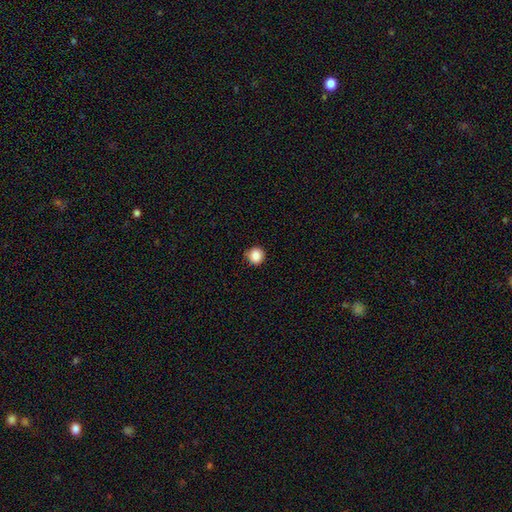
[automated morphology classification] type=smooth (86%); roundness=round (92%); merging=none (83%).